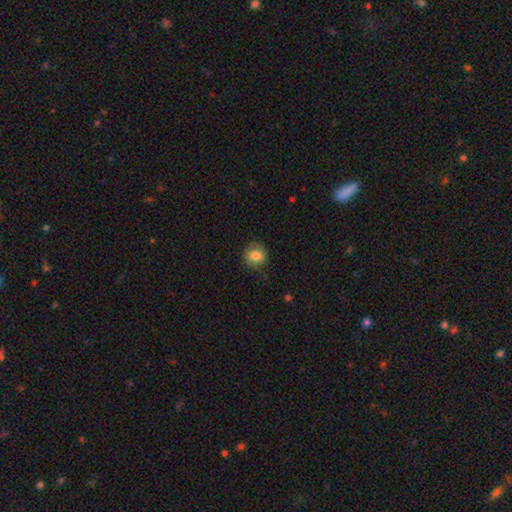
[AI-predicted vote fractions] smooth-or-featured: smooth: 76% | featured or disk: 16% | star or artifact: 8%
  how-rounded: round: 79% | in between: 20% | cigar-shaped: 1%
  merging: none: 74% | minor disturbance: 19% | major disturbance: 6% | merger: 1%